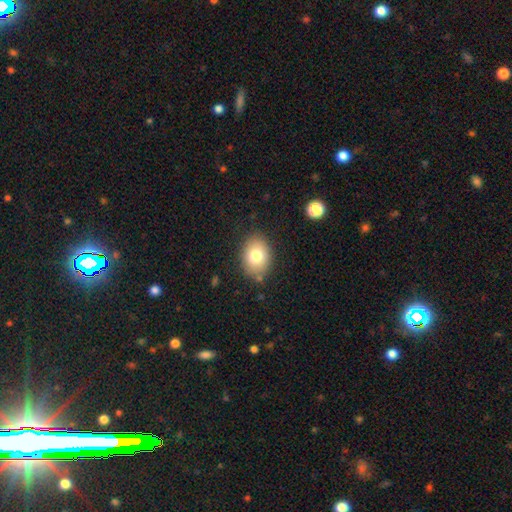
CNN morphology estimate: A smooth galaxy with no disk features (77%) that is in between round and cigar-shaped (67%).

Vote fractions:
- Smooth or featured? smooth: 77% / featured or disk: 13% / star or artifact: 10%
- How rounded? in between: 67% / round: 32% / cigar-shaped: 1%
- Merging? none: 83% / minor disturbance: 12% / major disturbance: 3% / merger: 2%